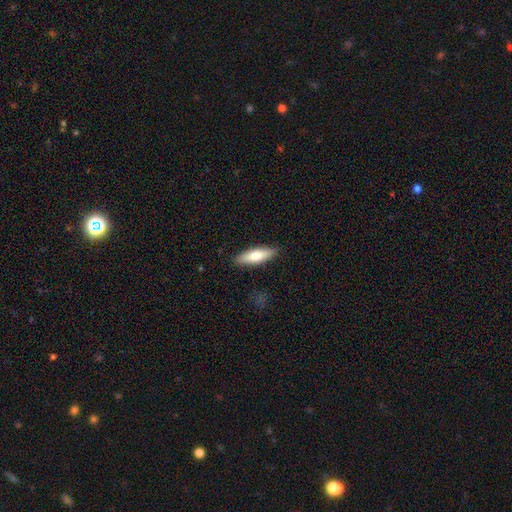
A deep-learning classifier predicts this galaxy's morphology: Smooth or featured?
  - smooth: 72% *
  - featured or disk: 22%
  - star or artifact: 5%
How rounded?
  - cigar-shaped: 57% *
  - in between: 41%
  - round: 2%
Merging?
  - none: 89% *
  - minor disturbance: 8%
  - major disturbance: 2%
  - merger: 1%